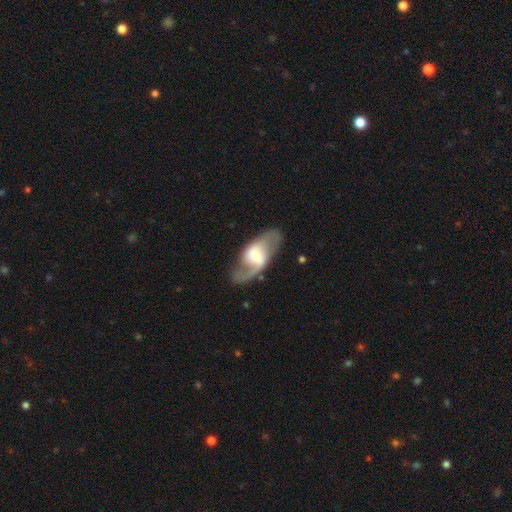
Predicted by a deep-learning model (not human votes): Smooth or featured? Predicted: featured or disk (p=0.80). Edge-on disk? Predicted: no (p=0.94). Bar? Predicted: weak (p=0.45). Spiral arms? Predicted: yes (p=0.91). Spiral winding? Predicted: loose (p=0.52). Spiral arm count? Predicted: 2 (p=0.88). Bulge size? Predicted: moderate (p=0.34). Merging? Predicted: none (p=0.75).